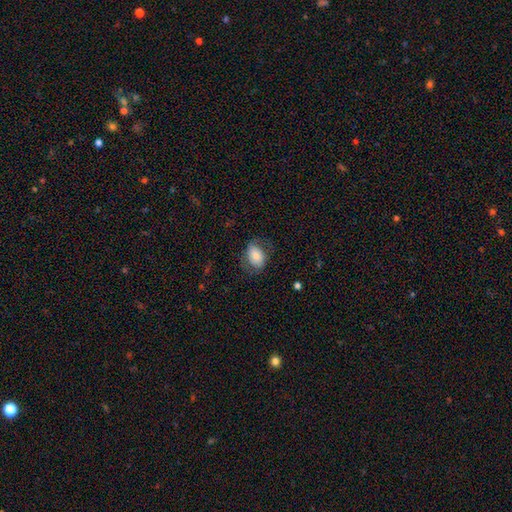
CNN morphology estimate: type=smooth (67%); roundness=in between (83%); merging=none (62%).